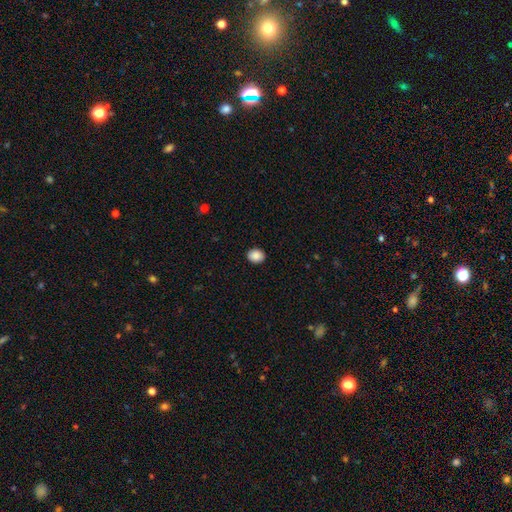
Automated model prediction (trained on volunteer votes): smooth_or_featured: smooth (p=0.89) [alt: star or artifact p=0.08]
how_rounded: round (p=0.57) [alt: in between p=0.42]
merging: none (p=0.91) [alt: minor disturbance p=0.06]